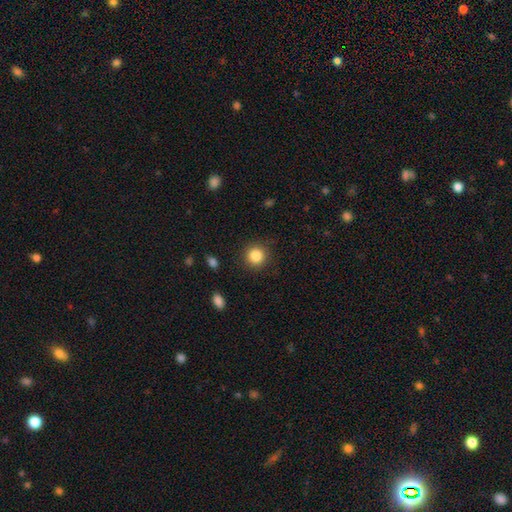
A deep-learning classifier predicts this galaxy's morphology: type=smooth (85%); roundness=round (94%); merging=none (90%).